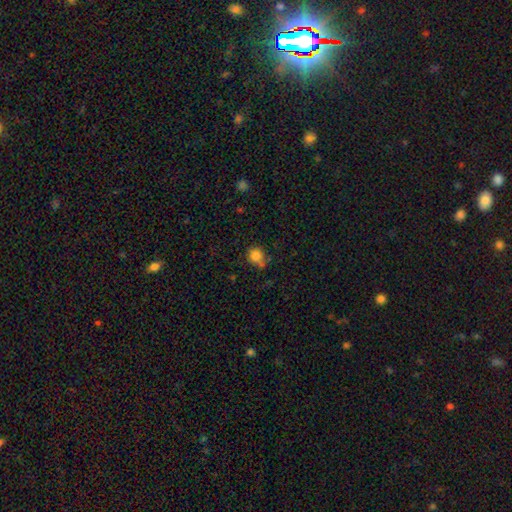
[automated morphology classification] Smooth or featured? smooth (82%)
How rounded? round (80%)
Merging? none (56%)